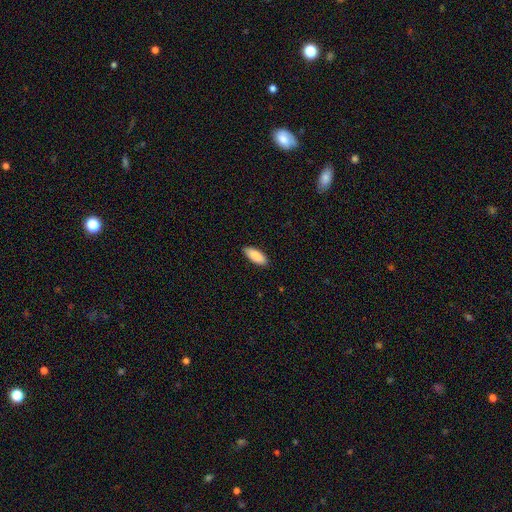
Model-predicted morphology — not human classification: smooth 88%, featured or disk 6%, star or artifact 6%. Down the decision tree: how rounded — in between (78%); merging — none (88%).